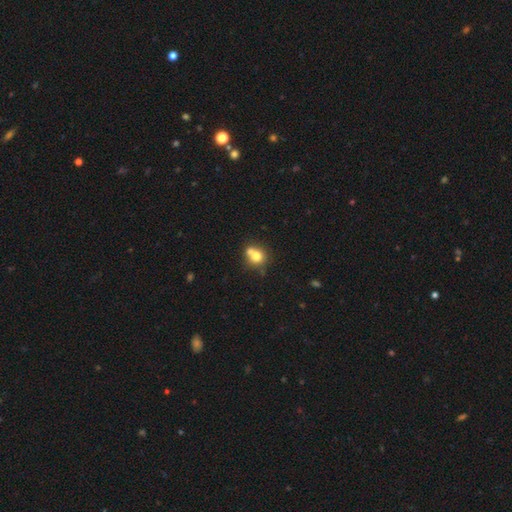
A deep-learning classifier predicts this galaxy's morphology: The model was most divided on "merging": merger: 44%, none: 43%, minor disturbance: 10%, major disturbance: 4%. More confident: how rounded — round (78%); smooth or featured — smooth (73%).